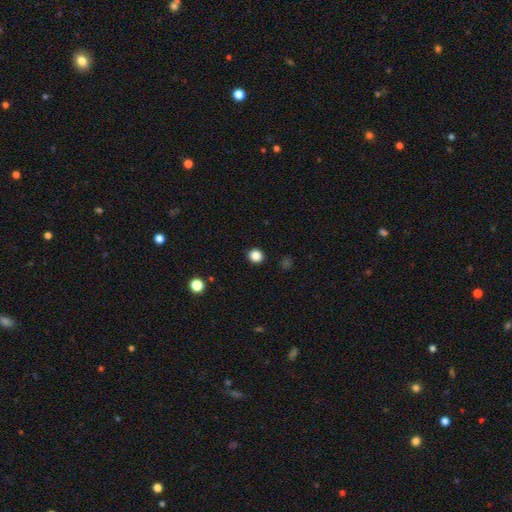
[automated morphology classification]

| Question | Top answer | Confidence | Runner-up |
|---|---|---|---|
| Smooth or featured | smooth | 85% | star or artifact (12%) |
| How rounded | round | 89% | in between (10%) |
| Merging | none | 92% | minor disturbance (5%) |